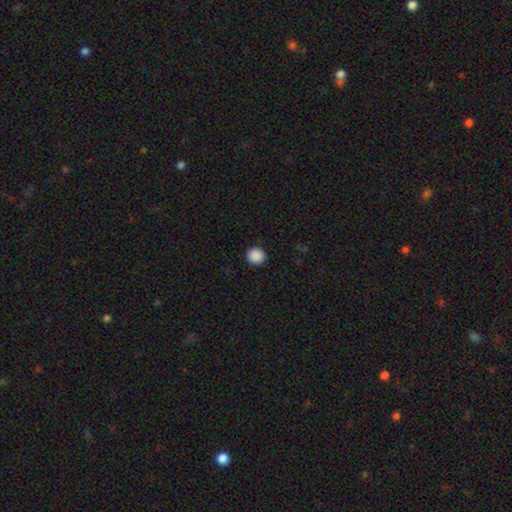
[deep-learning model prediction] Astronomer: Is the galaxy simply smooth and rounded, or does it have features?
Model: smooth — 89%.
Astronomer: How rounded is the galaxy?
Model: round — 91%.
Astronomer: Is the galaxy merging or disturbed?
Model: none — 92%.